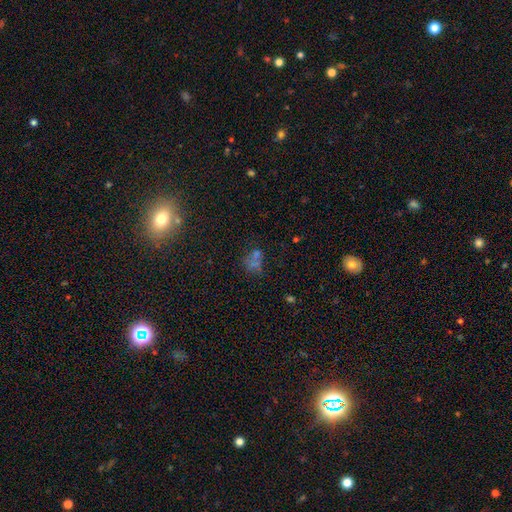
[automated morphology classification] smooth-or-featured: smooth: 44% | star or artifact: 39% | featured or disk: 16%
  merging: none: 55% | merger: 20% | minor disturbance: 14% | major disturbance: 11%